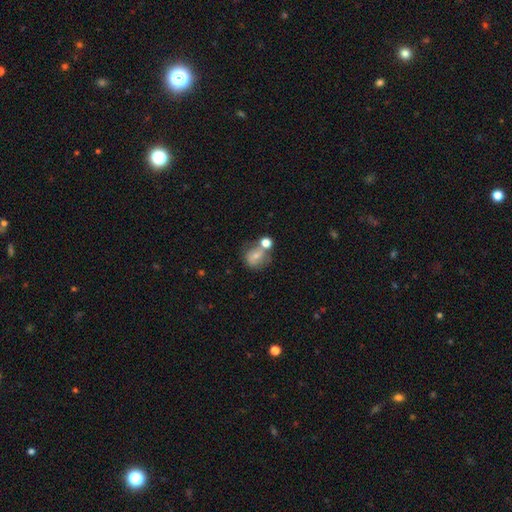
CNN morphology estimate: Overall: smooth (64%; featured or disk 25%). How rounded: round (71%). Merging: none (41%; merger 36%).